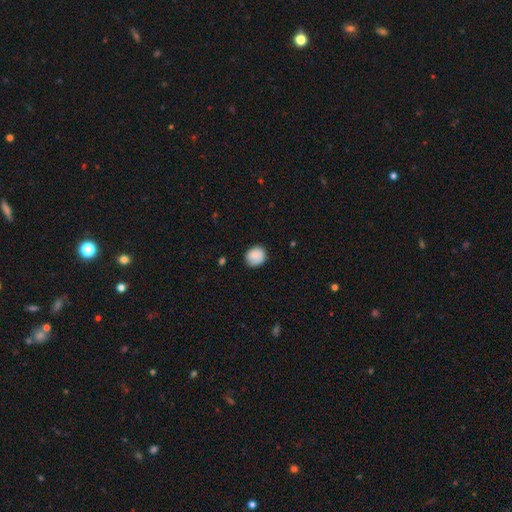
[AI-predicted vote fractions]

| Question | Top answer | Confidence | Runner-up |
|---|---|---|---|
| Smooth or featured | smooth | 76% | featured or disk (16%) |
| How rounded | round | 74% | in between (25%) |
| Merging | none | 76% | minor disturbance (18%) |